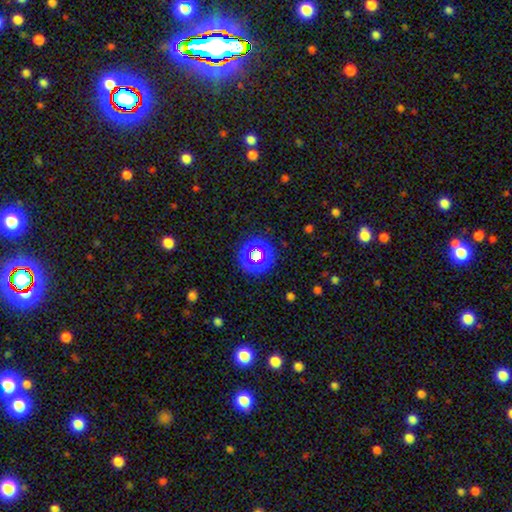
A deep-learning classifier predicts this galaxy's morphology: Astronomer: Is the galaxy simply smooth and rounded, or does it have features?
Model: star or artifact — 52% (runner-up: smooth, 35%).